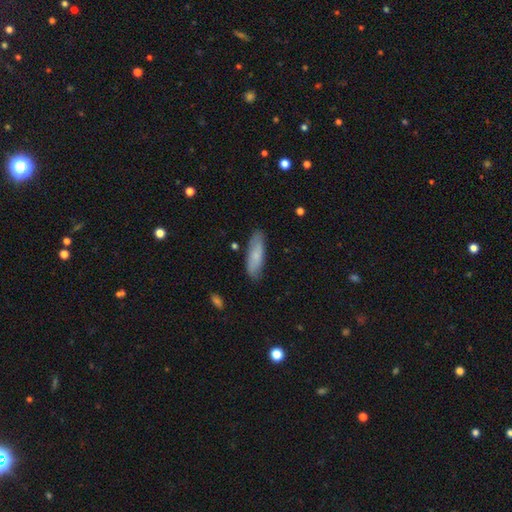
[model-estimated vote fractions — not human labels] A smooth galaxy with no disk features (77%) that is cigar-shaped (53%). Merging: none (83%).